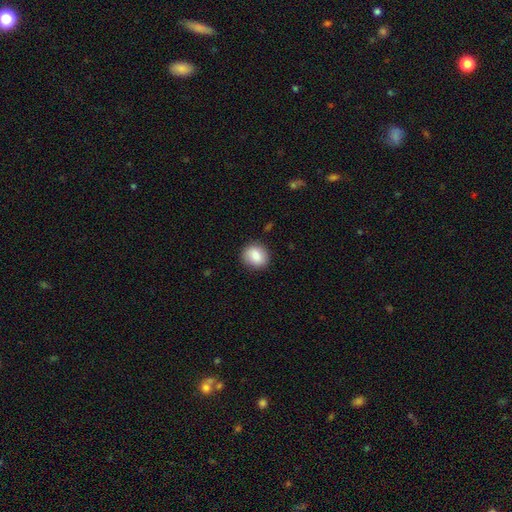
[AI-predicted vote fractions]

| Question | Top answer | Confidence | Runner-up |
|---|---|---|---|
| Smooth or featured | smooth | 84% | featured or disk (8%) |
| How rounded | round | 76% | in between (23%) |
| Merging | none | 88% | minor disturbance (8%) |